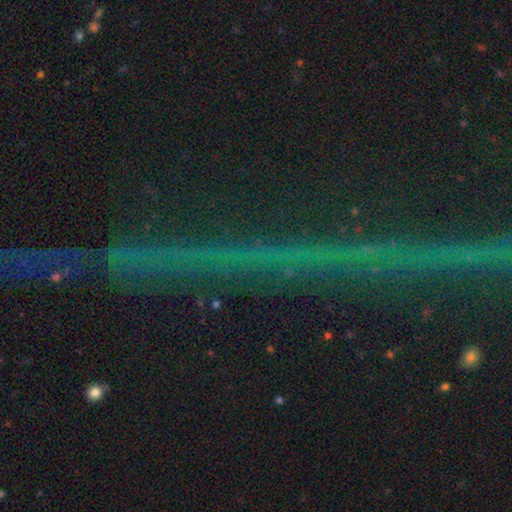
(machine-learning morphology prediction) A star or artifact, not a galaxy (78%).

Vote fractions:
- Smooth or featured? star or artifact: 78% / featured or disk: 14% / smooth: 8%